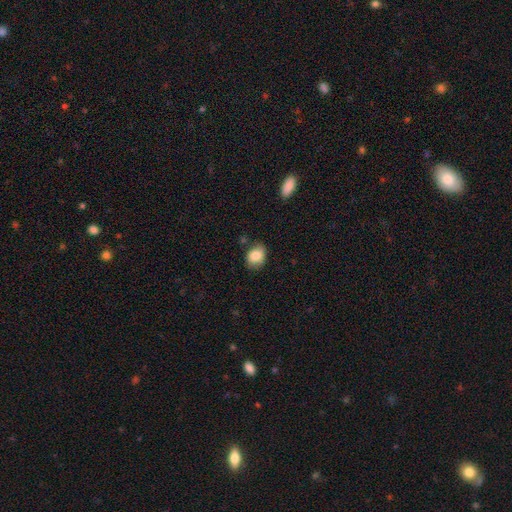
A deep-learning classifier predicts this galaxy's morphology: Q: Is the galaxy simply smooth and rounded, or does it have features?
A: smooth — 83%.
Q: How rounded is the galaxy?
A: in between — 58%.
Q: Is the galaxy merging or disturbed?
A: none — 71%.